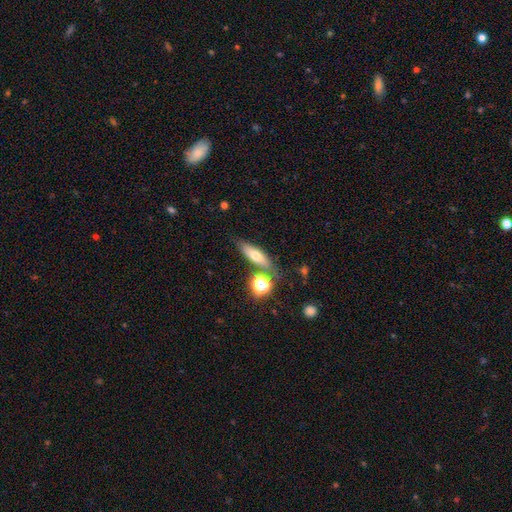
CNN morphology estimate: type=smooth (58%); roundness=in between (47%); merging=none (72%).